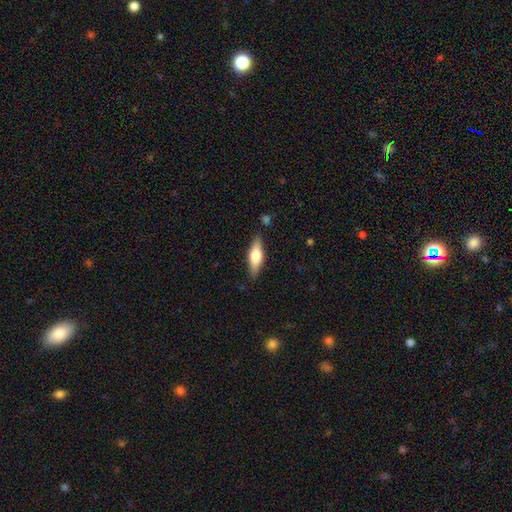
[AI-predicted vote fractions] smooth-or-featured: smooth: 53% | featured or disk: 40% | star or artifact: 6%
  how-rounded: in between: 58% | cigar-shaped: 39% | round: 3%
  merging: none: 85% | minor disturbance: 11% | major disturbance: 2% | merger: 2%